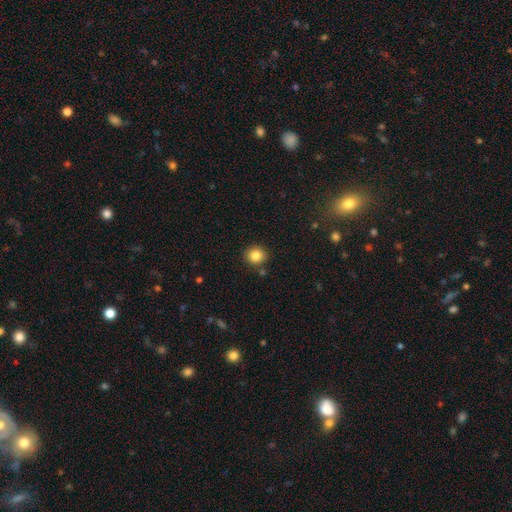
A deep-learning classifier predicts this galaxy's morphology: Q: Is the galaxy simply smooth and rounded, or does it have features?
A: smooth — 85%.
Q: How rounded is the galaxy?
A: round — 86%.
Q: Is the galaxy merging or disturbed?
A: none — 87%.